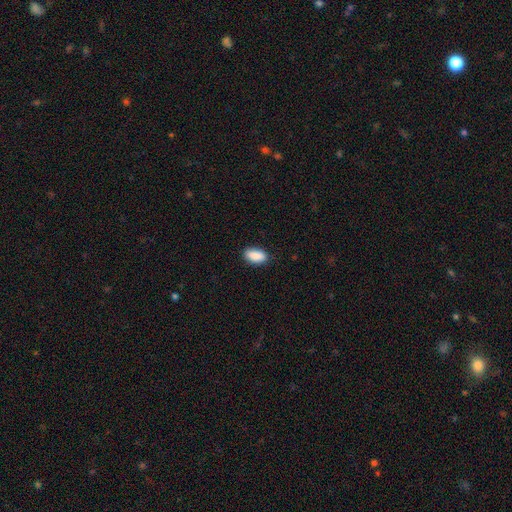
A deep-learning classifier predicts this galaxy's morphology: Smooth or featured? smooth (90%)
How rounded? in between (92%)
Merging? none (86%)